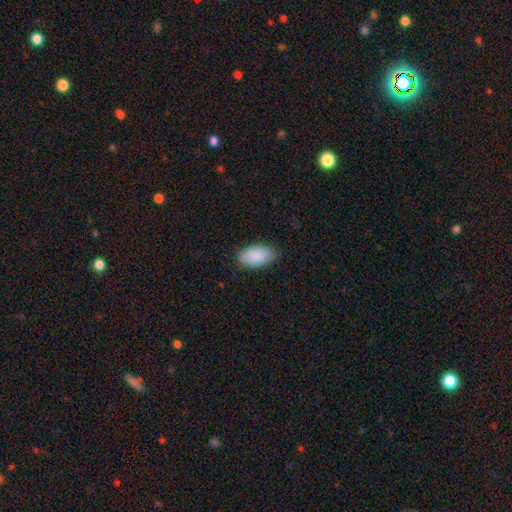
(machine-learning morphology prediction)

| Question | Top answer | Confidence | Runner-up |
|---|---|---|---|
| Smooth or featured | smooth | 90% | star or artifact (6%) |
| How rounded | in between | 95% | round (3%) |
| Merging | none | 85% | minor disturbance (12%) |